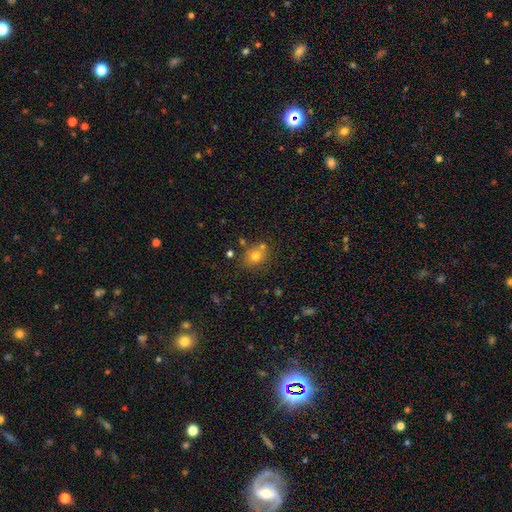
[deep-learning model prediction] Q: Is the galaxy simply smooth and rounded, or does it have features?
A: smooth — 72%.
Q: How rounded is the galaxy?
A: round — 73%.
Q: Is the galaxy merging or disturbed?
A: none — 66%.